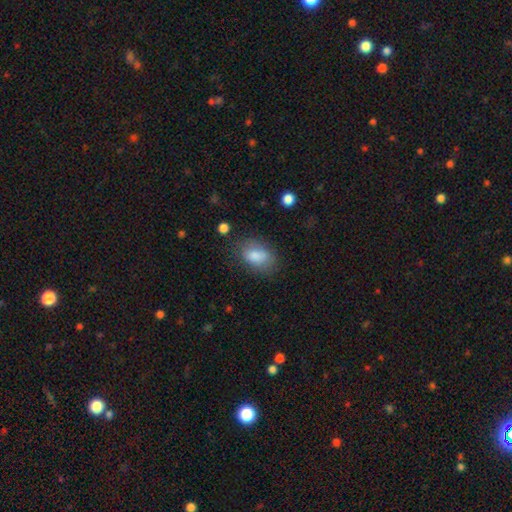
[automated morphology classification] smooth 82%, featured or disk 10%, star or artifact 8%. Down the decision tree: how rounded — in between (87%); merging — none (71%).